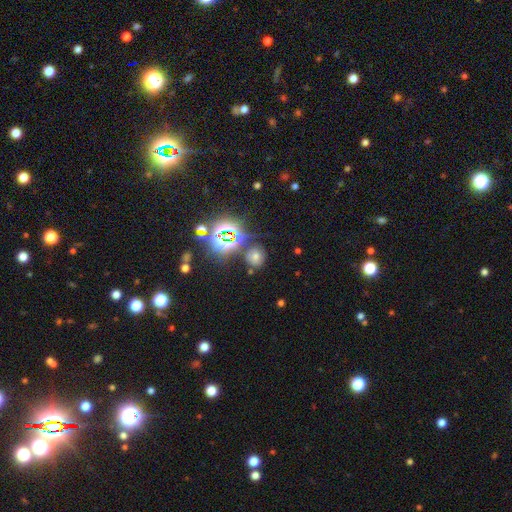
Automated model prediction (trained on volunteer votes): A smooth galaxy with no disk features (52%) that is round (80%).

Vote fractions:
- Smooth or featured? smooth: 52% / star or artifact: 36% / featured or disk: 13%
- How rounded? round: 80% / in between: 18% / cigar-shaped: 1%
- Merging? none: 76% / minor disturbance: 13% / merger: 5% / major disturbance: 5%